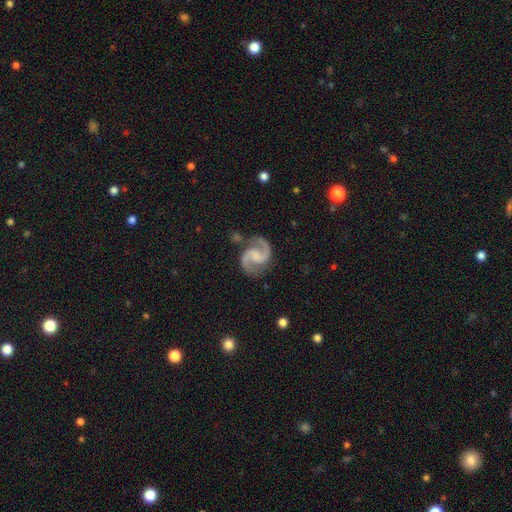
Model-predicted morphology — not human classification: type=featured or disk (93%); edge-on=no (98%); bar=no (46%); spiral arms=yes (98%); winding=medium (65%); arm count=2 (95%); bulge=none (52%); merging=none (79%).